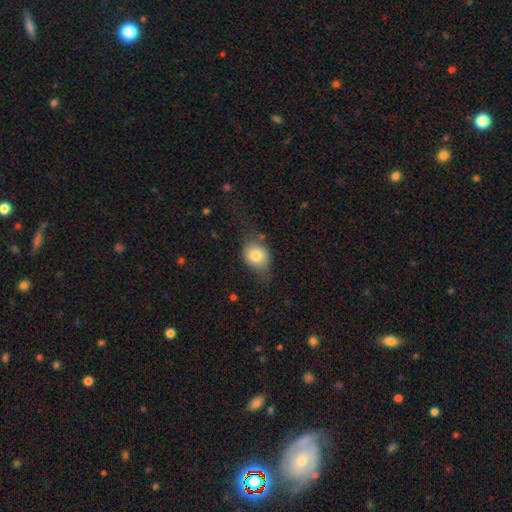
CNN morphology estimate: smooth-or-featured: smooth: 77% | featured or disk: 15% | star or artifact: 9%
  how-rounded: round: 53% | in between: 46% | cigar-shaped: 1%
  merging: none: 52% | minor disturbance: 31% | major disturbance: 14% | merger: 2%